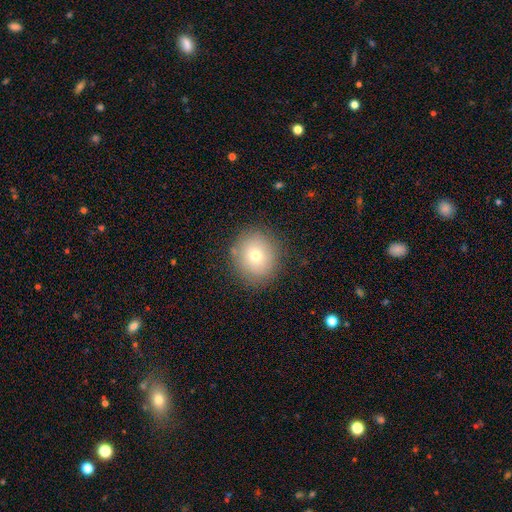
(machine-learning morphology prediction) type=smooth (72%); roundness=round (83%); merging=none (87%).